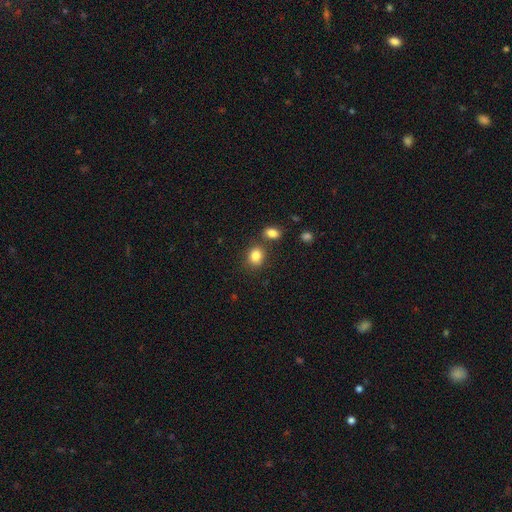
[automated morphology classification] A smooth galaxy with no disk features (84%) that is round (56%).

Vote fractions:
- Smooth or featured? smooth: 84% / star or artifact: 10% / featured or disk: 6%
- How rounded? round: 56% / in between: 43% / cigar-shaped: 1%
- Merging? none: 71% / merger: 13% / minor disturbance: 12% / major disturbance: 4%